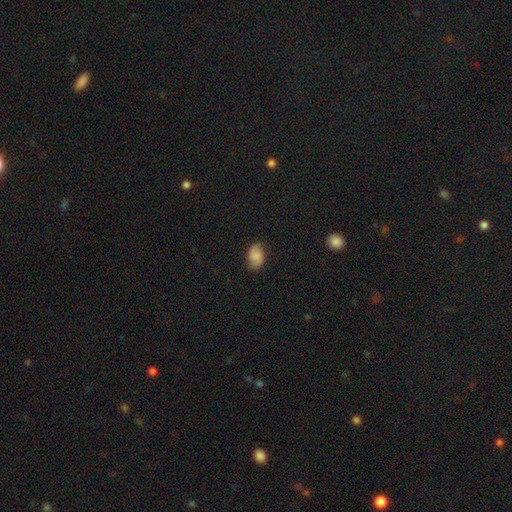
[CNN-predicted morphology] The model was most divided on "smooth or featured": smooth: 71%, featured or disk: 20%, star or artifact: 9%. More confident: how rounded — in between (88%); merging — none (75%).